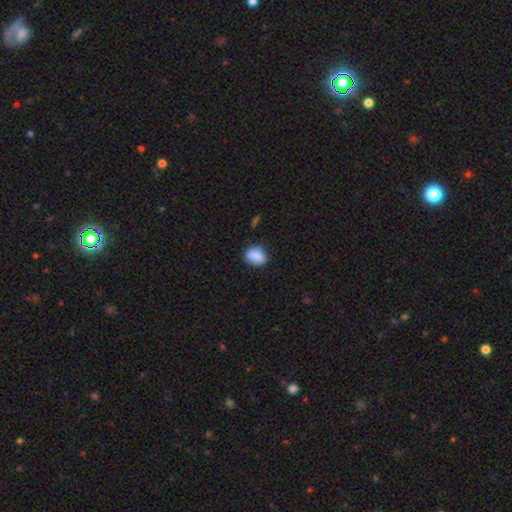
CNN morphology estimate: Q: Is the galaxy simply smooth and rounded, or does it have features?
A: smooth — 80%.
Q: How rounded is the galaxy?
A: in between — 62%.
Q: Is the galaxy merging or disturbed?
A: none — 62%.